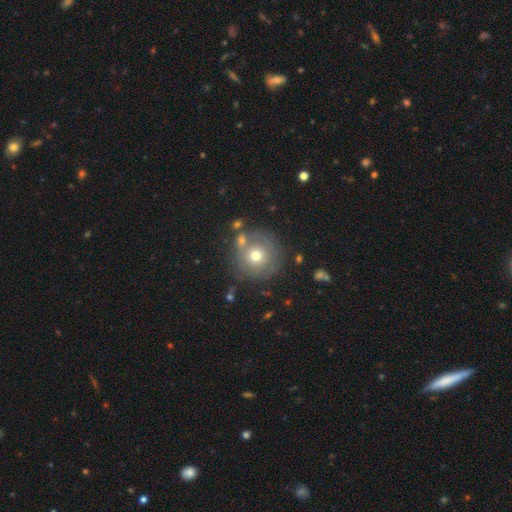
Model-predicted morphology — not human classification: Smooth or featured? Predicted: smooth (p=0.67). How rounded? Predicted: round (p=0.94). Merging? Predicted: none (p=0.74).